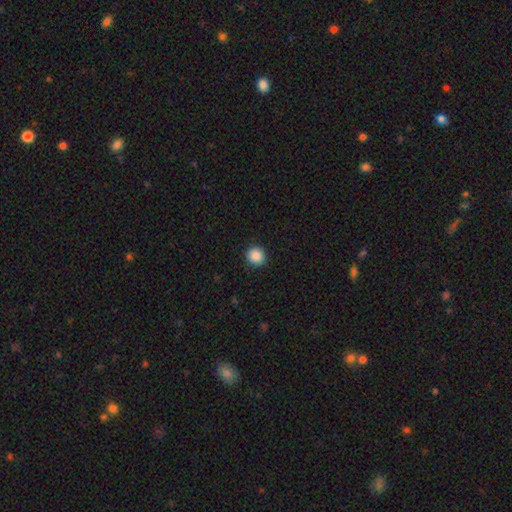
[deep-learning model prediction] Smooth or featured?
  - smooth: 89% *
  - star or artifact: 9%
  - featured or disk: 2%
How rounded?
  - round: 89% *
  - in between: 11%
  - cigar-shaped: 1%
Merging?
  - none: 91% *
  - minor disturbance: 6%
  - major disturbance: 2%
  - merger: 1%